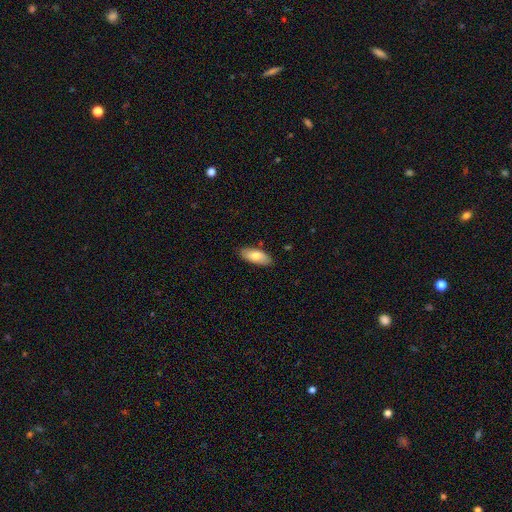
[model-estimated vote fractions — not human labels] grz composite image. It shows a smooth galaxy with no disk features (77%) that is in between round and cigar-shaped (86%). Merging: none (87%).